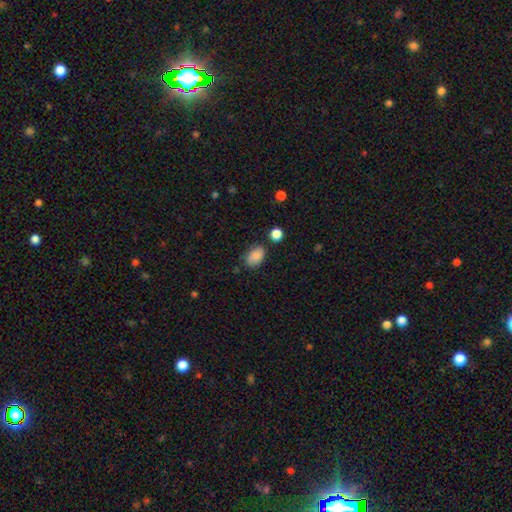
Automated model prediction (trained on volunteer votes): This is clearly a smooth galaxy (82%). How rounded: clearly in between (83%). Merging: likely none (70%).